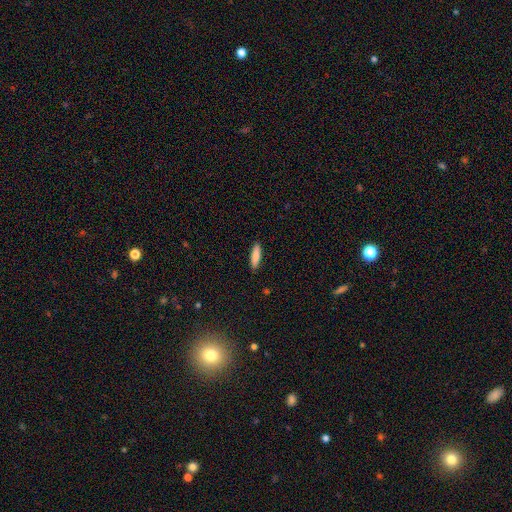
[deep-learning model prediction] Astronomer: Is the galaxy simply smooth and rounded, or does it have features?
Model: smooth — 84%.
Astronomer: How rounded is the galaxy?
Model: cigar-shaped — 62%.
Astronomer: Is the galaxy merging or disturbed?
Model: none — 89%.